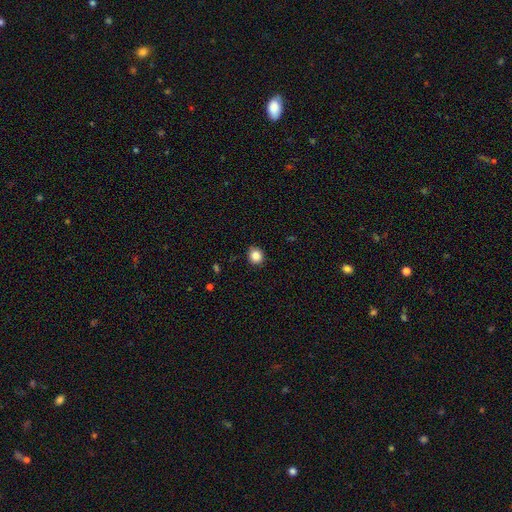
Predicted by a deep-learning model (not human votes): Smooth or featured? smooth (86%)
How rounded? round (81%)
Merging? none (88%)